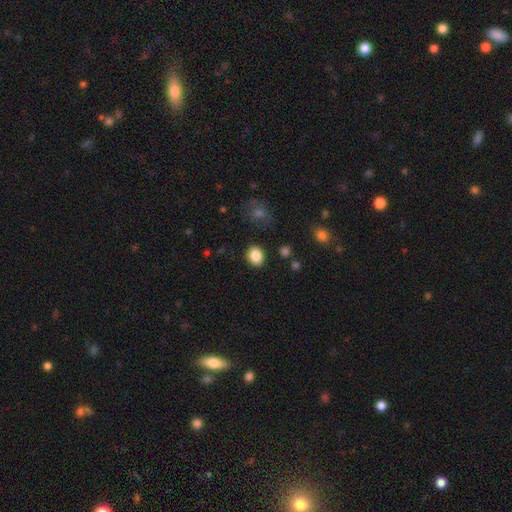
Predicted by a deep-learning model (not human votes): Smooth or featured? smooth (86%)
How rounded? round (52%)
Merging? none (86%)